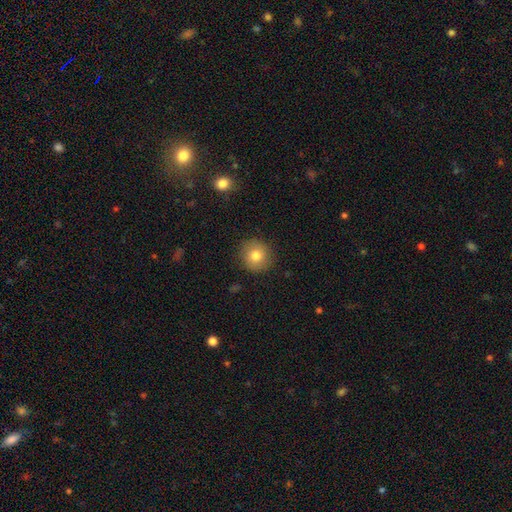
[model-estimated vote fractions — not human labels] Q: Smooth or featured?
A: smooth (79%); runner-up: featured or disk (12%)
Q: How rounded?
A: round (90%); runner-up: in between (9%)
Q: Merging?
A: none (88%); runner-up: minor disturbance (8%)